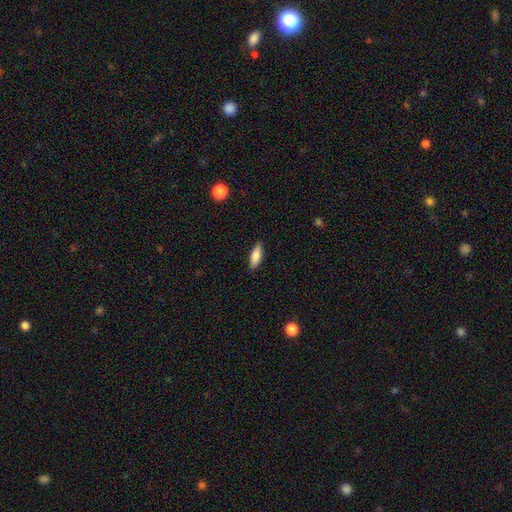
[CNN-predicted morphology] smooth-or-featured: smooth: 75% | featured or disk: 18% | star or artifact: 6%
  how-rounded: in between: 53% | cigar-shaped: 44% | round: 2%
  merging: none: 86% | minor disturbance: 11% | major disturbance: 2% | merger: 1%